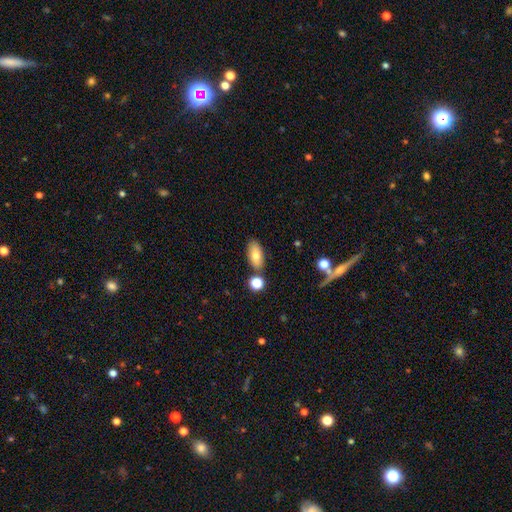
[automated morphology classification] Smooth or featured?
  - smooth: 77% *
  - featured or disk: 15%
  - star or artifact: 8%
How rounded?
  - in between: 87% *
  - cigar-shaped: 8%
  - round: 4%
Merging?
  - none: 78% *
  - minor disturbance: 11%
  - merger: 8%
  - major disturbance: 3%